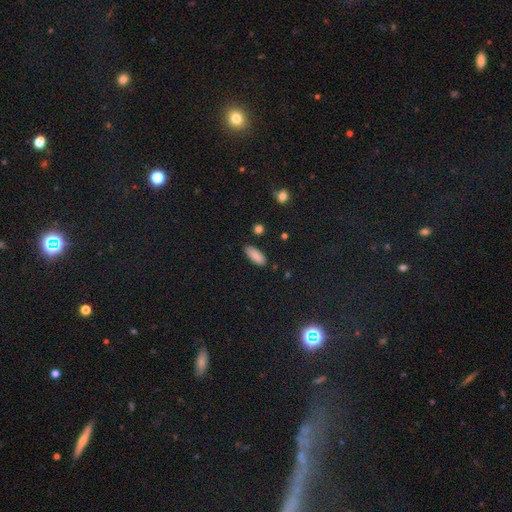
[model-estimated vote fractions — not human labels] Smooth or featured? Predicted: smooth (p=0.87). How rounded? Predicted: in between (p=0.79). Merging? Predicted: none (p=0.82).